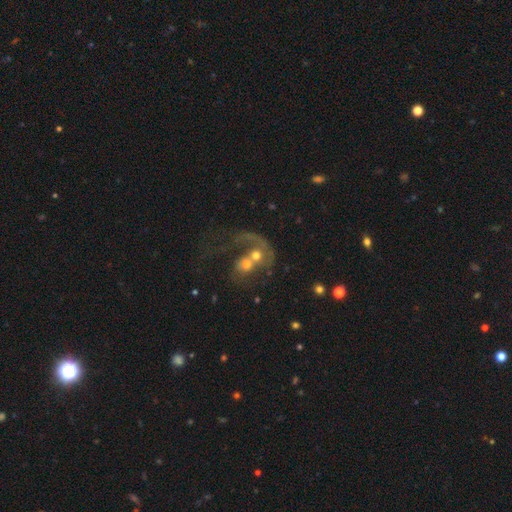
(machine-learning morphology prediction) smooth-or-featured: featured or disk: 65% | smooth: 24% | star or artifact: 11%
  disk-edge-on: no: 97% | yes: 3%
    bar: no: 76% | weak: 19% | strong: 4%
    has-spiral-arms: yes: 68% | no: 32%
    bulge-size: moderate: 57% | small: 26% | large: 9% | none: 6% | dominant: 3%
  merging: merger: 69% | major disturbance: 14% | none: 12% | minor disturbance: 5%